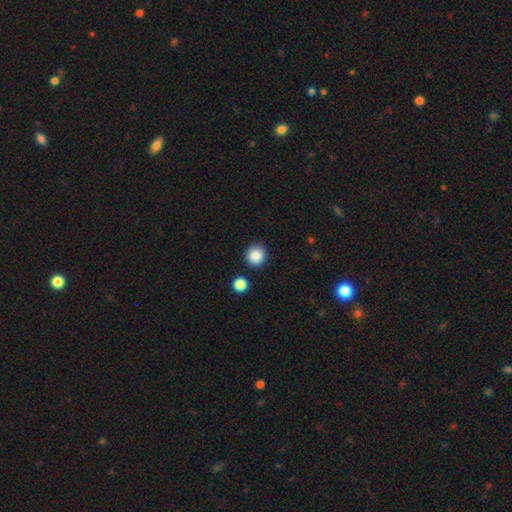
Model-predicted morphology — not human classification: smooth_or_featured: smooth (p=0.87) [alt: star or artifact p=0.09]
how_rounded: round (p=0.92) [alt: in between p=0.07]
merging: none (p=0.89) [alt: minor disturbance p=0.06]